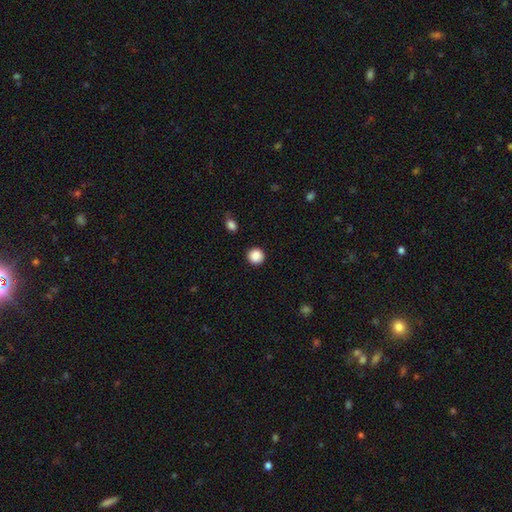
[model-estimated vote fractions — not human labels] The model was most divided on "smooth or featured": smooth: 87%, star or artifact: 9%, featured or disk: 3%. More confident: how rounded — round (93%); merging — none (91%).